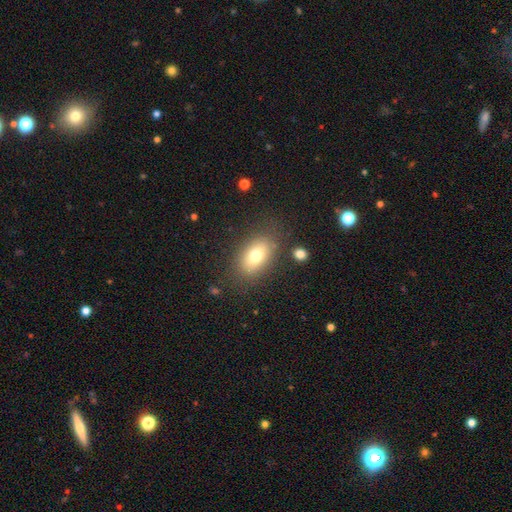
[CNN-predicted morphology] Smooth or featured? Predicted: smooth (p=0.74). How rounded? Predicted: in between (p=0.86). Merging? Predicted: none (p=0.79).